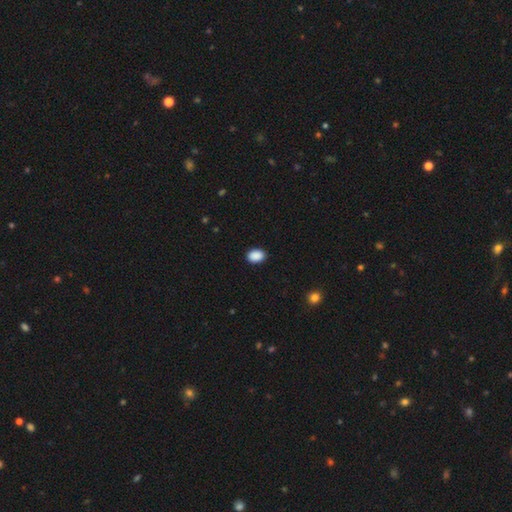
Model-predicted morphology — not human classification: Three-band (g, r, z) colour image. It shows a smooth galaxy with no disk features (90%) that is in between round and cigar-shaped (80%). Merging: none (90%).